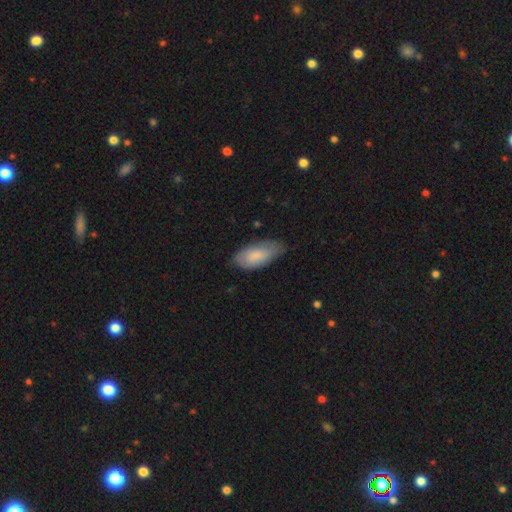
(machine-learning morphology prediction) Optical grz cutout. It shows a smooth galaxy with no disk features (79%) that is in between round and cigar-shaped (89%). Merging: none (66%).